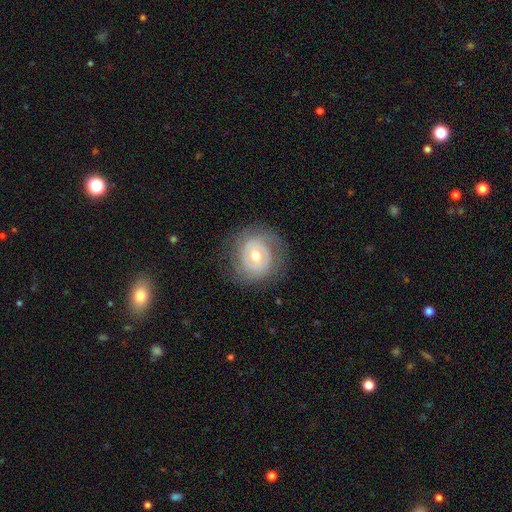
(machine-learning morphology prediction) Smooth or featured? Predicted: featured or disk (p=0.67). Edge-on disk? Predicted: no (p=0.97). Bar? Predicted: no (p=0.60). Spiral arms? Predicted: yes (p=0.66). Bulge size? Predicted: moderate (p=0.71). Merging? Predicted: none (p=0.76).